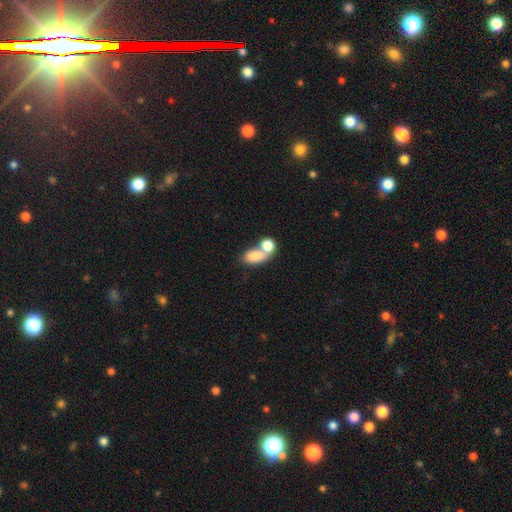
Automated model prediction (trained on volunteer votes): Overall: smooth (80%). How rounded: in between (84%). Merging: merger (59%; none 26%).